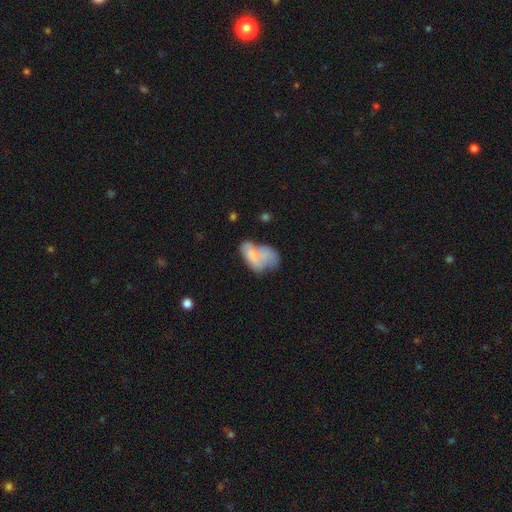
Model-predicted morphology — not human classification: smooth_or_featured: smooth (p=0.62) [alt: featured or disk p=0.29]
how_rounded: in between (p=0.87) [alt: round p=0.10]
merging: merger (p=0.34) [alt: major disturbance p=0.25]